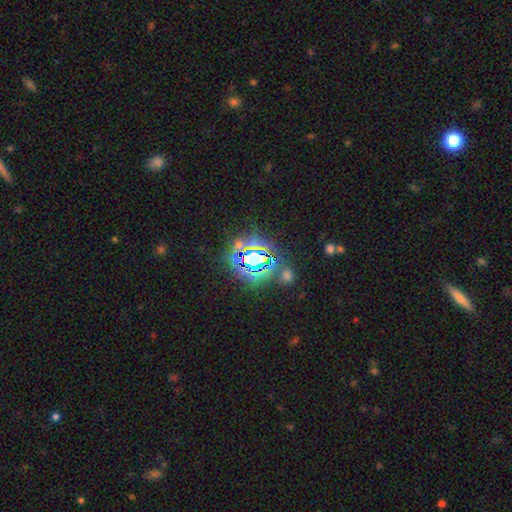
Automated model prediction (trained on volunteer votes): Morphology: type=star or artifact (79%).